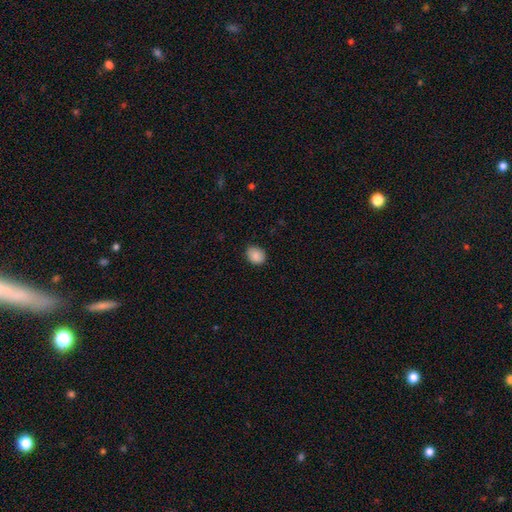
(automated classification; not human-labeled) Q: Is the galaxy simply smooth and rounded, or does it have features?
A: smooth — 89%.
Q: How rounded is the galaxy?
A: in between — 53%.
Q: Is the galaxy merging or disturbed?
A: none — 83%.